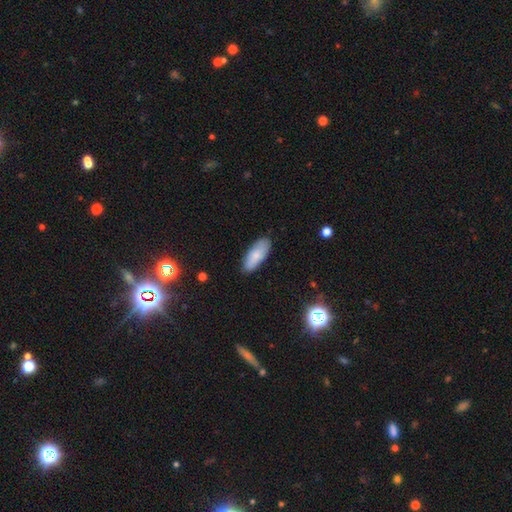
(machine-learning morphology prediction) Q: Smooth or featured?
A: smooth (80%); runner-up: featured or disk (14%)
Q: How rounded?
A: in between (79%); runner-up: cigar-shaped (19%)
Q: Merging?
A: none (85%); runner-up: minor disturbance (12%)